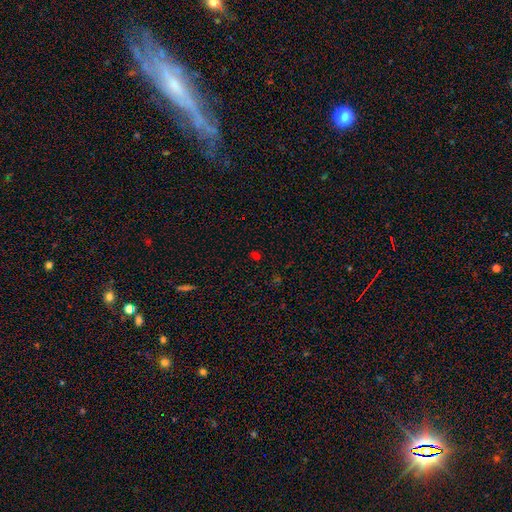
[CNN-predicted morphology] Overall: smooth (50%; star or artifact 44%). How rounded: in between (49%; round 48%). Merging: none (79%).